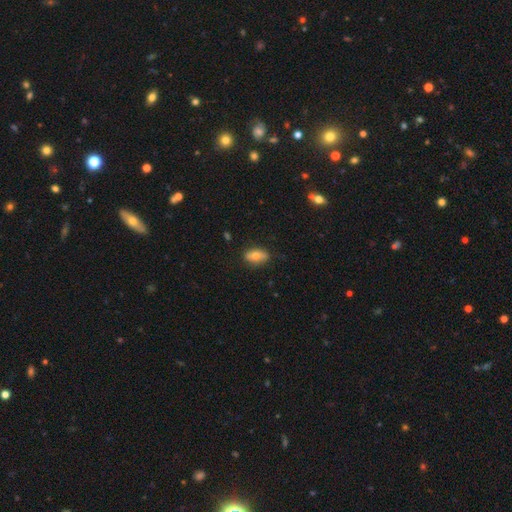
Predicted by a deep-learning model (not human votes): smooth 73%, featured or disk 20%, star or artifact 7%. Down the decision tree: how rounded — in between (83%); merging — none (81%).